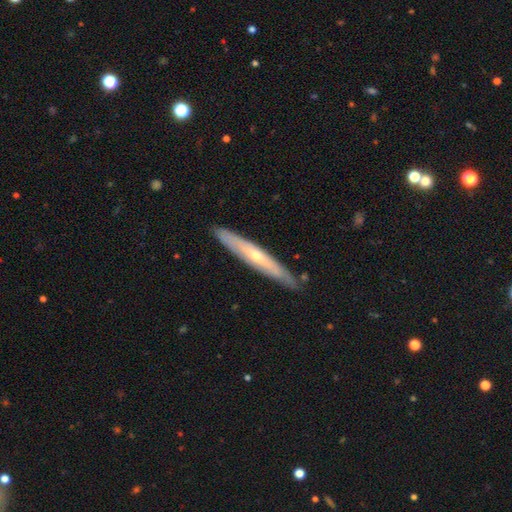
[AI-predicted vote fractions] Smooth or featured? Predicted: featured or disk (p=0.59). Edge-on disk? Predicted: yes (p=0.82). Merging? Predicted: none (p=0.87).